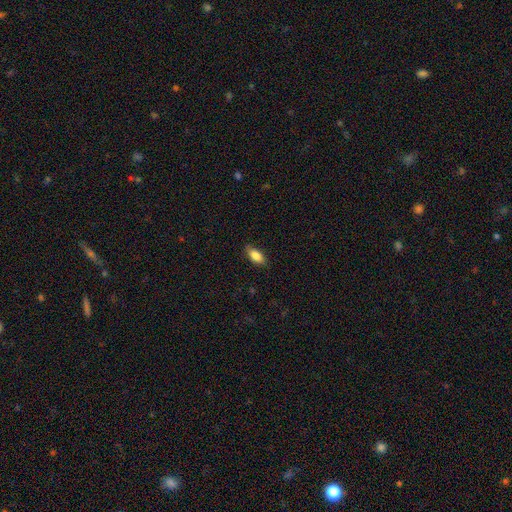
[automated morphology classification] Smooth or featured?
  - smooth: 85% *
  - featured or disk: 8%
  - star or artifact: 7%
How rounded?
  - in between: 87% *
  - cigar-shaped: 10%
  - round: 3%
Merging?
  - none: 83% *
  - minor disturbance: 14%
  - major disturbance: 3%
  - merger: 1%